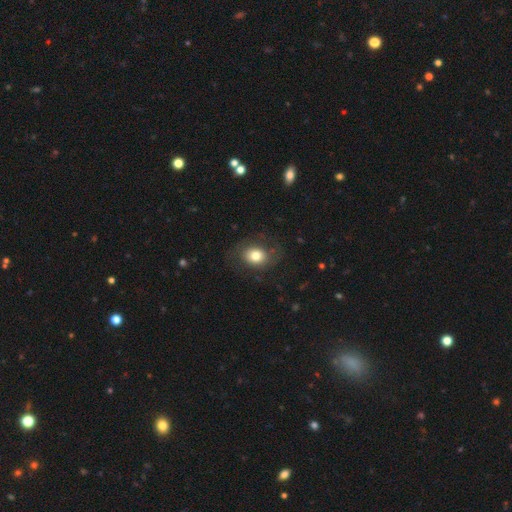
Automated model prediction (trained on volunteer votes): smooth 74%, featured or disk 17%, star or artifact 9%. Down the decision tree: how rounded — round (50%); merging — none (71%).